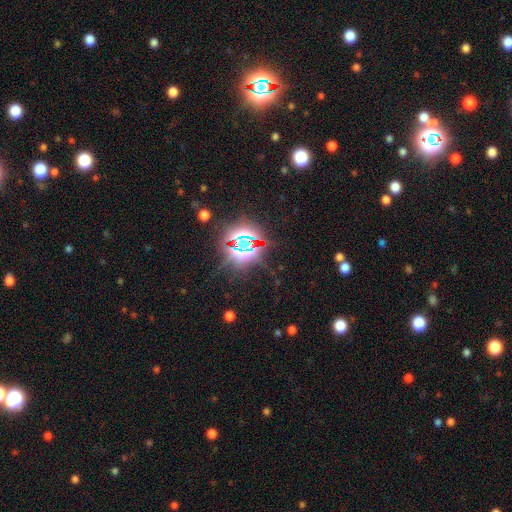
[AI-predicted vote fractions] A star or artifact, not a galaxy (82%).

Vote fractions:
- Smooth or featured? star or artifact: 82% / smooth: 10% / featured or disk: 8%